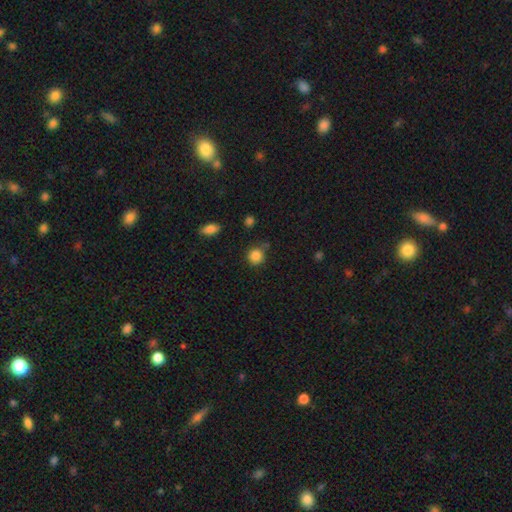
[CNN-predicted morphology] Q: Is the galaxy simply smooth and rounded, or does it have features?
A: smooth — 86%.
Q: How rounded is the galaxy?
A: round — 89%.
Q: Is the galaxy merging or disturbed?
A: none — 76%.